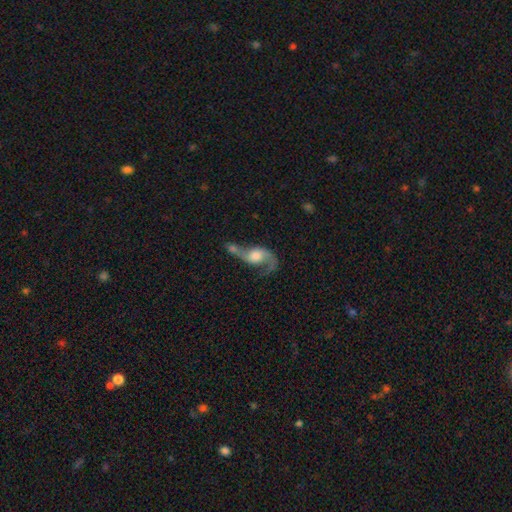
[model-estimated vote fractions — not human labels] This appears to be a featured or disk galaxy (77%) with no bar (64%), 2 (80%) loose (76%) spiral arms (91%) and a moderate central bulge (42%). Merging: merger (40%).